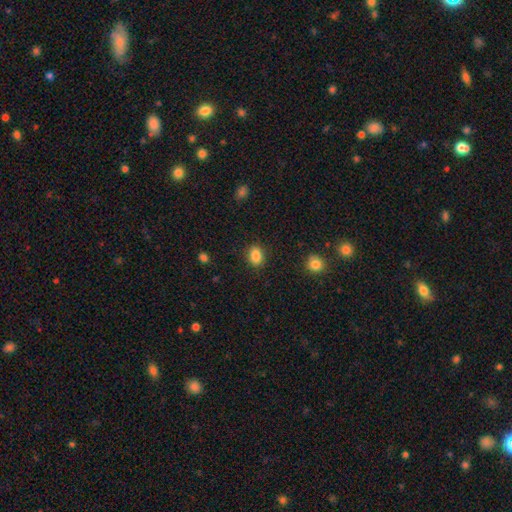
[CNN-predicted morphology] The model was most divided on "how rounded": in between: 67%, round: 32%, cigar-shaped: 1%. More confident: merging — none (87%); smooth or featured — smooth (86%).